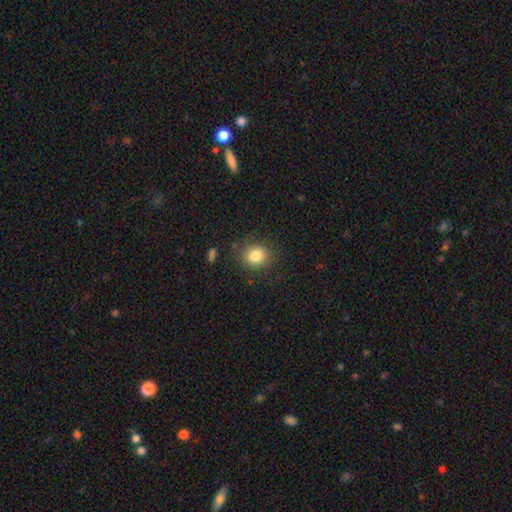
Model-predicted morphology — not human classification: A smooth galaxy with no disk features (83%) that is round (76%).

Vote fractions:
- Smooth or featured? smooth: 83% / star or artifact: 11% / featured or disk: 7%
- How rounded? round: 76% / in between: 23% / cigar-shaped: 1%
- Merging? none: 84% / minor disturbance: 11% / major disturbance: 3% / merger: 2%